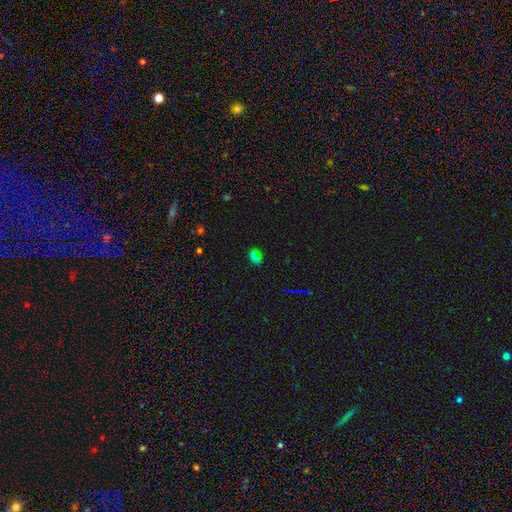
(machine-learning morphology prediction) This is possibly a smooth galaxy (58%). How rounded: likely in between (78%). Merging: clearly none (80%).